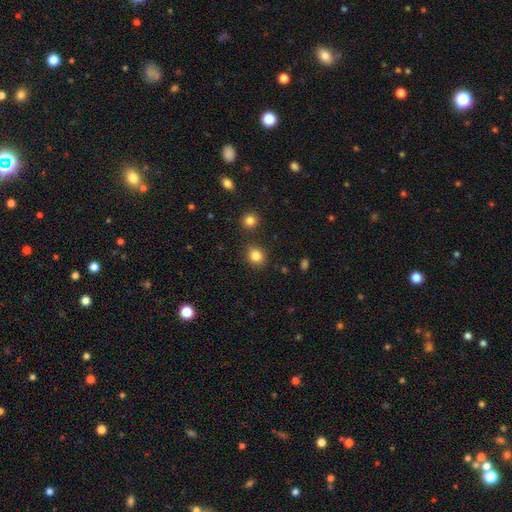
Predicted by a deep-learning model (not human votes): This appears to be a smooth galaxy with no disk features (85%) that is round (77%). Merging: none (85%).